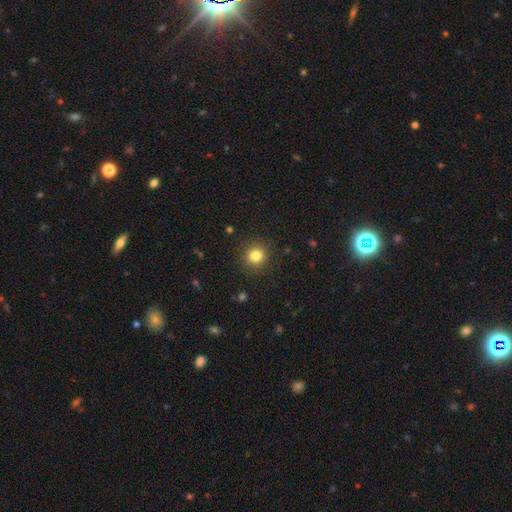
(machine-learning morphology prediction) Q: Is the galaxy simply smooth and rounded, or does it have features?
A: smooth — 82%.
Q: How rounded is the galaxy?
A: round — 93%.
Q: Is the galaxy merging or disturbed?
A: none — 90%.